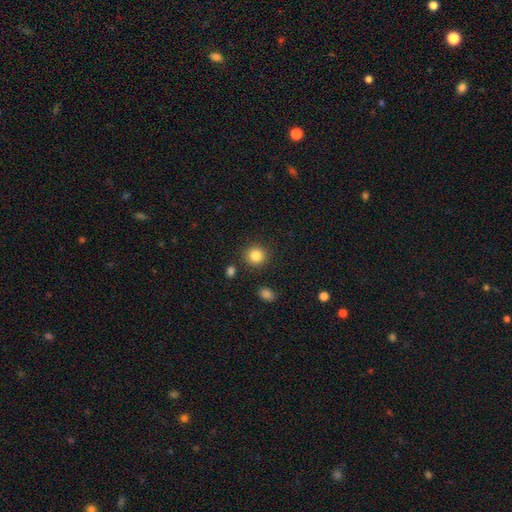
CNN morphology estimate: smooth-or-featured: smooth: 85% | star or artifact: 10% | featured or disk: 5%
  how-rounded: round: 90% | in between: 9% | cigar-shaped: 1%
  merging: none: 88% | minor disturbance: 7% | merger: 3% | major disturbance: 3%